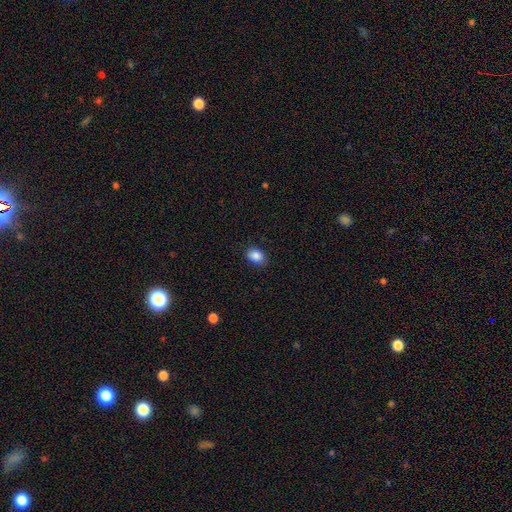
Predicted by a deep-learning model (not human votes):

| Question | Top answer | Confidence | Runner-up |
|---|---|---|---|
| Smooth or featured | smooth | 87% | star or artifact (8%) |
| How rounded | in between | 78% | round (21%) |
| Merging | none | 85% | minor disturbance (12%) |